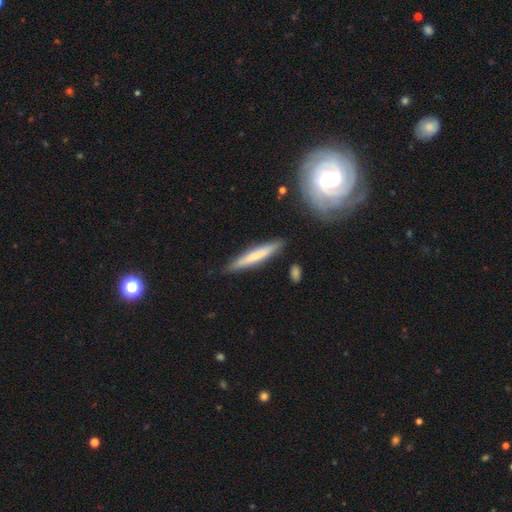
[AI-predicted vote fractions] This is likely a smooth galaxy (60%). How rounded: clearly cigar-shaped (93%). Merging: clearly none (86%).